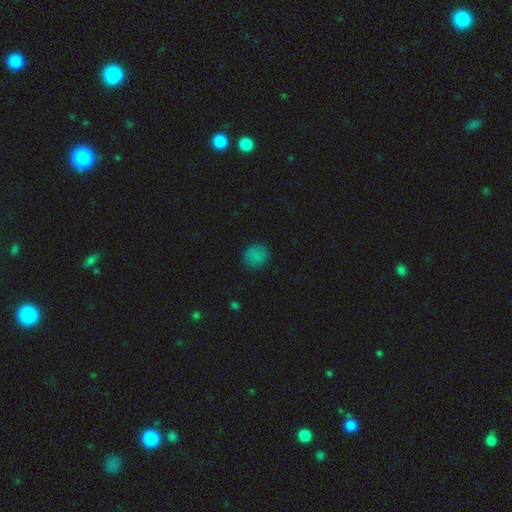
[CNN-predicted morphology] A smooth galaxy with no disk features (81%) that is round (82%).

Vote fractions:
- Smooth or featured? smooth: 81% / star or artifact: 14% / featured or disk: 5%
- How rounded? round: 82% / in between: 17% / cigar-shaped: 1%
- Merging? none: 86% / minor disturbance: 10% / major disturbance: 3% / merger: 1%